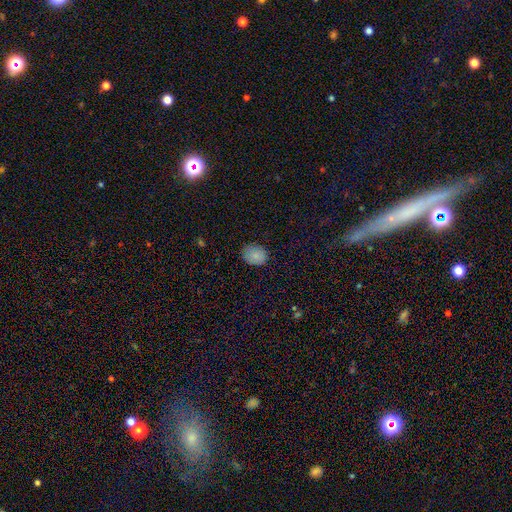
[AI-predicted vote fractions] Smooth or featured: smooth — 86% (star or artifact — 9%)
How rounded: in between — 54% (round — 45%)
Merging: none — 83% (minor disturbance — 13%)